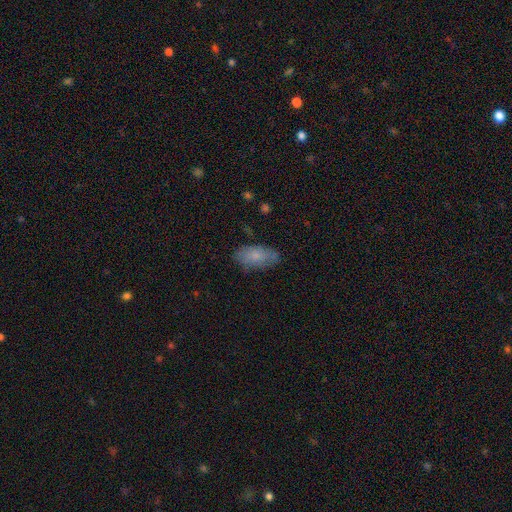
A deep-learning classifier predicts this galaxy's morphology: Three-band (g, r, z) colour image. It shows a smooth galaxy with no disk features (76%) that is in between round and cigar-shaped (91%). Merging: none (75%).